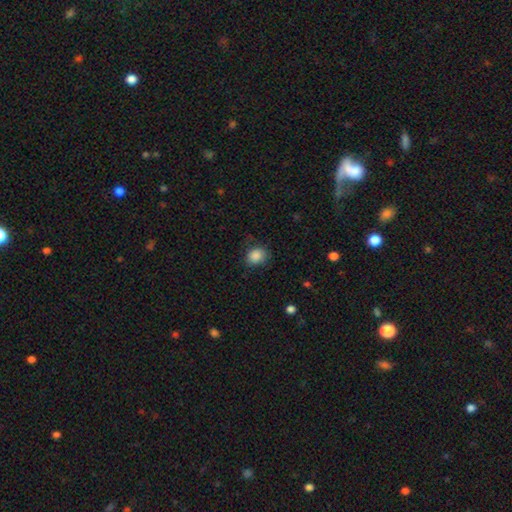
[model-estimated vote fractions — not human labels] smooth 87%, star or artifact 9%, featured or disk 4%. Down the decision tree: how rounded — round (53%); merging — none (76%).